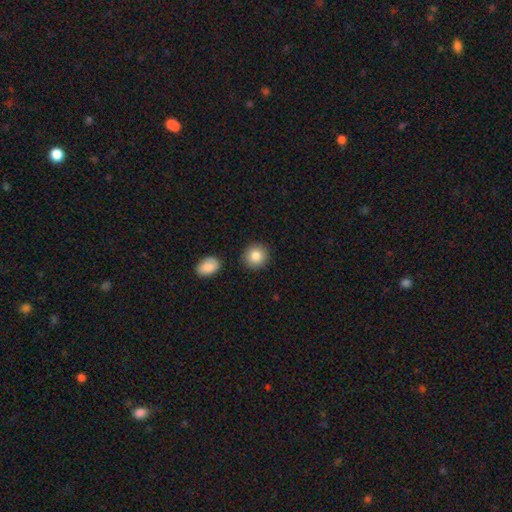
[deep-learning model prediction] Smooth or featured? smooth (85%)
How rounded? round (88%)
Merging? none (87%)